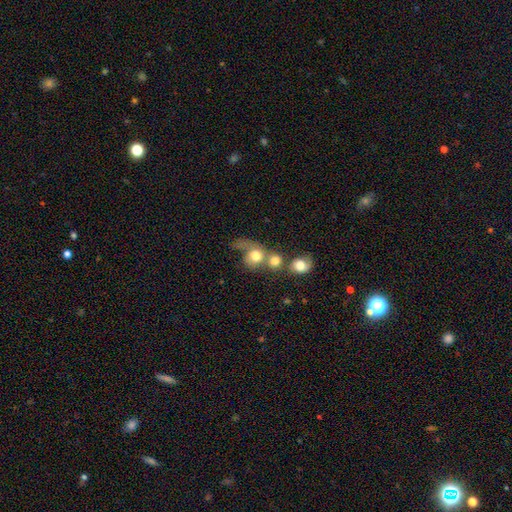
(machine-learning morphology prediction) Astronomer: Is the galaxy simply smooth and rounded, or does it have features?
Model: smooth — 70%.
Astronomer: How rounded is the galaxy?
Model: round — 75%.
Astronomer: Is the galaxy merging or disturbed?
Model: merger — 55%.